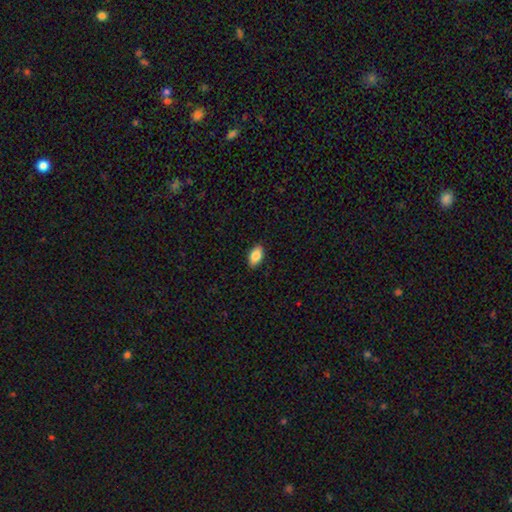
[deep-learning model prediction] This is clearly a smooth galaxy (86%). How rounded: clearly in between (93%). Merging: clearly none (89%).